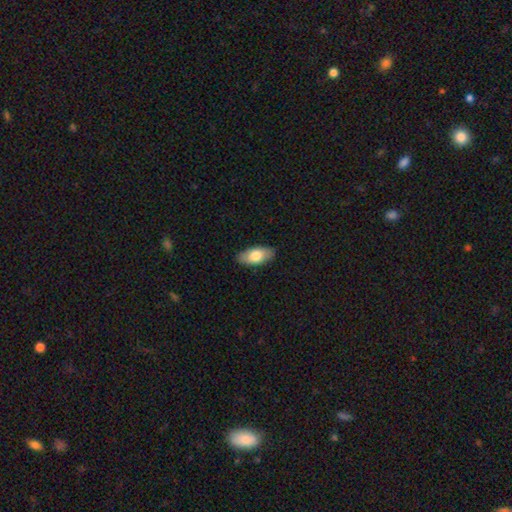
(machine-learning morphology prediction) Smooth or featured? Predicted: smooth (p=0.76). How rounded? Predicted: in between (p=0.91). Merging? Predicted: none (p=0.88).